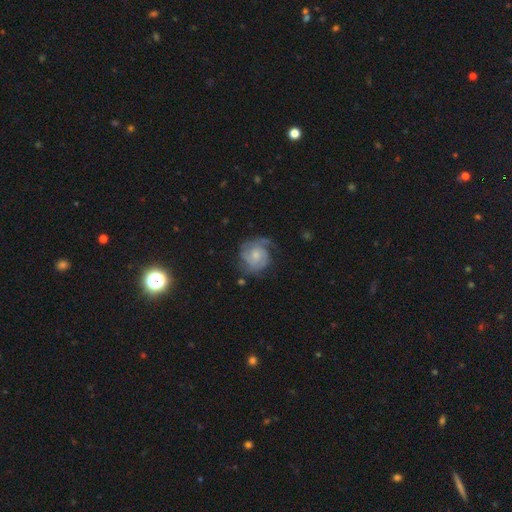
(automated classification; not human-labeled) Overall: featured or disk (75%). Edge-on disk: no (98%). Bar: no (70%). Spiral arms: yes (93%). Spiral arm count: 2 (48%; can't tell 20%). Spiral winding: tight (51%; medium 36%). Bulge size: small (47%; moderate 43%). Merging: none (59%; minor disturbance 24%).